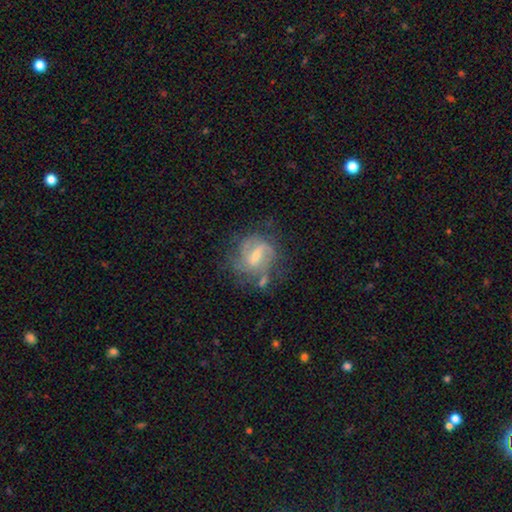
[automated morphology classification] This is likely a featured or disk galaxy (75%). It is clearly not viewed edge-on (97%). Bar: possibly weak (54%). Spiral arm pattern: clearly yes (86%). Spiral arm count: possibly 2 (47%). Spiral winding: marginally medium (44%). Central bulge: possibly small (49%). Merging: possibly none (57%).